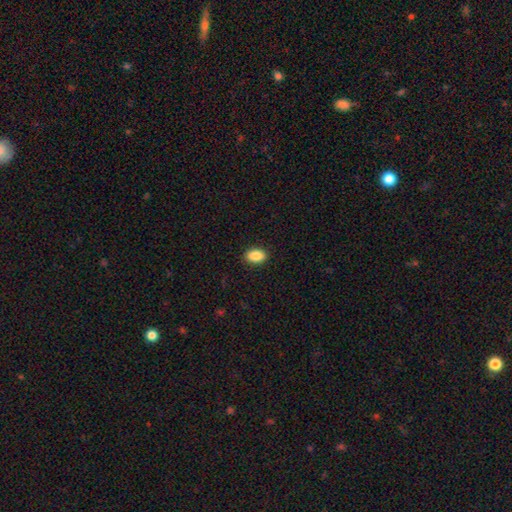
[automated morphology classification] Smooth or featured?
  - smooth: 89% *
  - star or artifact: 8%
  - featured or disk: 4%
How rounded?
  - in between: 86% *
  - round: 12%
  - cigar-shaped: 2%
Merging?
  - none: 90% *
  - minor disturbance: 7%
  - major disturbance: 2%
  - merger: 1%